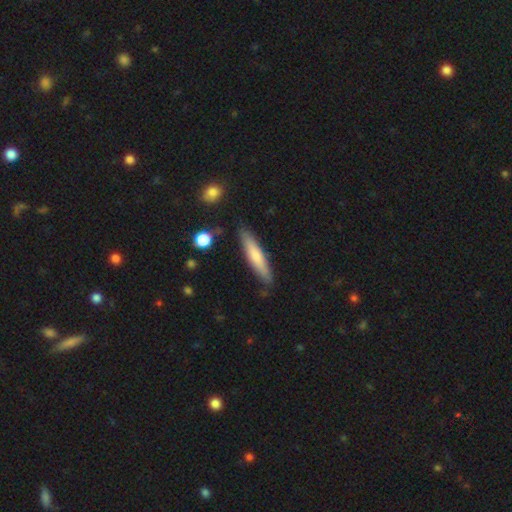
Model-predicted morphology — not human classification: smooth-or-featured: smooth: 65% | featured or disk: 30% | star or artifact: 6%
  how-rounded: cigar-shaped: 87% | in between: 12% | round: 1%
  merging: none: 85% | minor disturbance: 11% | merger: 2% | major disturbance: 2%